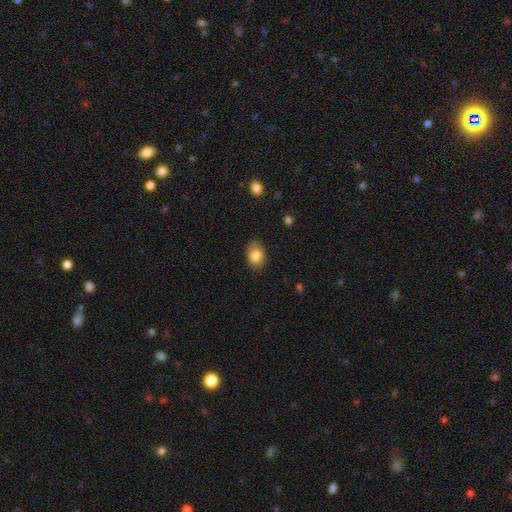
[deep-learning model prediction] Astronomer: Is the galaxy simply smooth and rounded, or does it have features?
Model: smooth — 83%.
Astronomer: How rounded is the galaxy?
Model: in between — 67%.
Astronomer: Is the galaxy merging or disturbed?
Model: none — 82%.